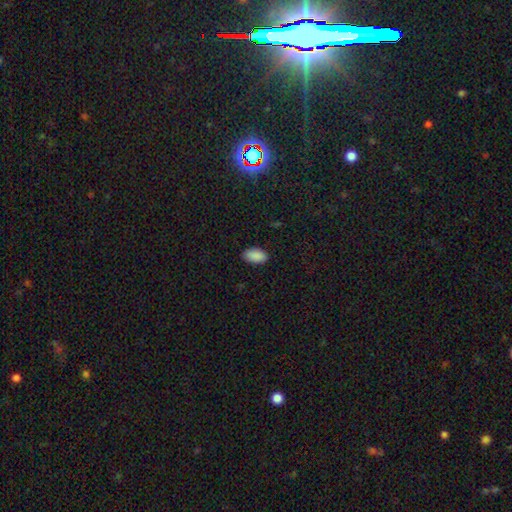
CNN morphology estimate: Q: Smooth or featured?
A: smooth (90%); runner-up: star or artifact (7%)
Q: How rounded?
A: in between (95%); runner-up: round (3%)
Q: Merging?
A: none (87%); runner-up: minor disturbance (10%)